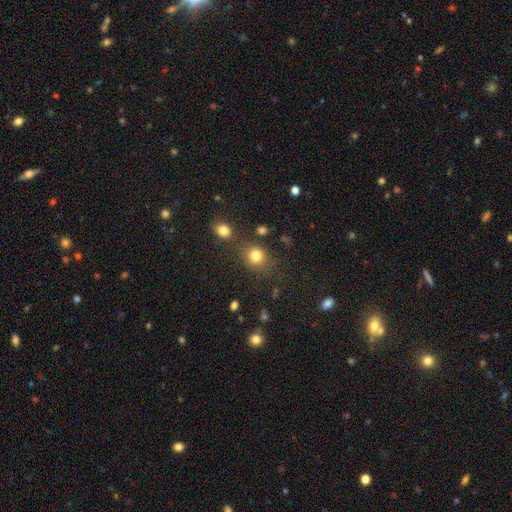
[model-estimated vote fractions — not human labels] smooth 80%, star or artifact 14%, featured or disk 7%. Down the decision tree: how rounded — round (74%); merging — none (69%).